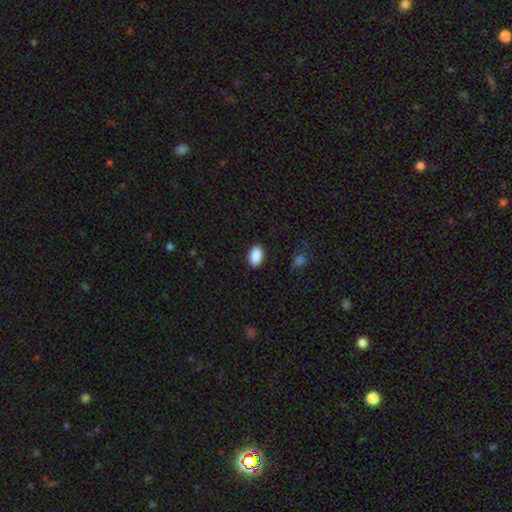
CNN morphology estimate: A smooth galaxy with no disk features (89%) that is in between round and cigar-shaped (91%).

Vote fractions:
- Smooth or featured? smooth: 89% / star or artifact: 7% / featured or disk: 4%
- How rounded? in between: 91% / round: 7% / cigar-shaped: 2%
- Merging? none: 88% / minor disturbance: 8% / major disturbance: 2% / merger: 1%